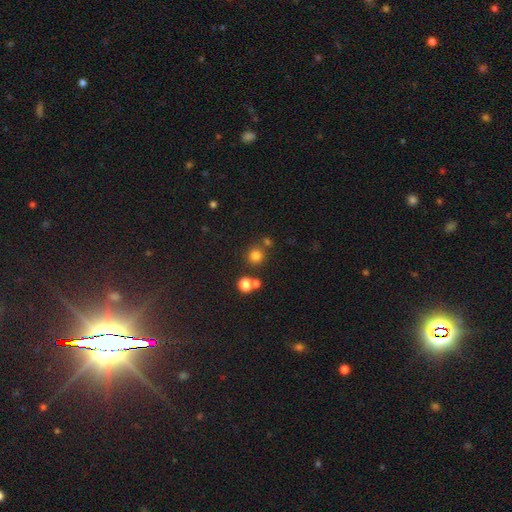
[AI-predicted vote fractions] Q: Smooth or featured?
A: smooth (77%); runner-up: star or artifact (17%)
Q: How rounded?
A: round (92%); runner-up: in between (7%)
Q: Merging?
A: none (75%); runner-up: merger (14%)